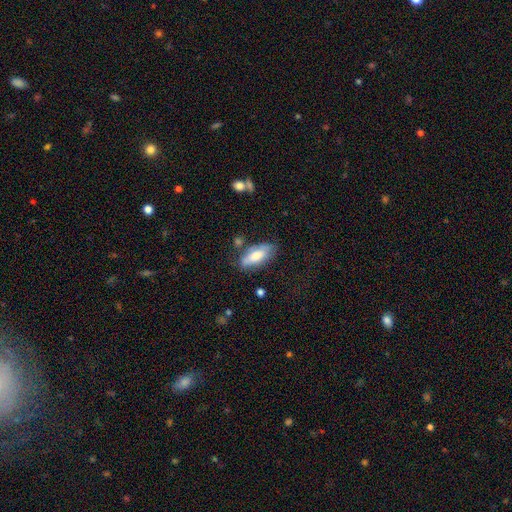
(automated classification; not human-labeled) A smooth galaxy with no disk features (71%) that is in between round and cigar-shaped (81%). Merging: none (66%).